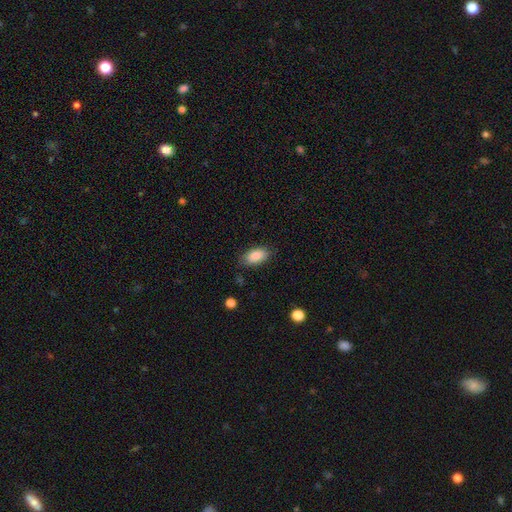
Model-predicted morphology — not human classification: This is clearly a smooth galaxy (86%). How rounded: clearly in between (92%). Merging: clearly none (81%).